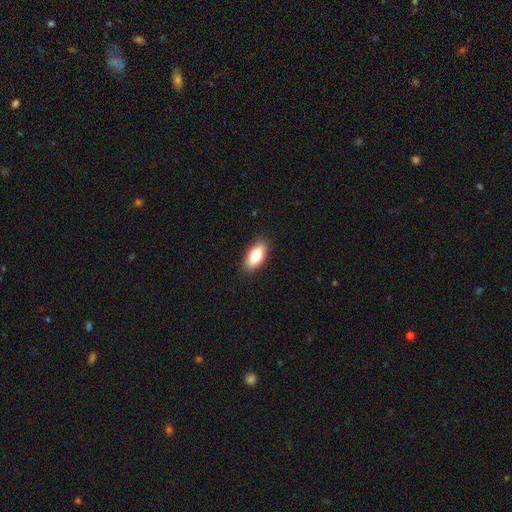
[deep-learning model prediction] Q: Smooth or featured?
A: smooth (80%); runner-up: featured or disk (13%)
Q: How rounded?
A: in between (86%); runner-up: cigar-shaped (11%)
Q: Merging?
A: none (88%); runner-up: minor disturbance (9%)